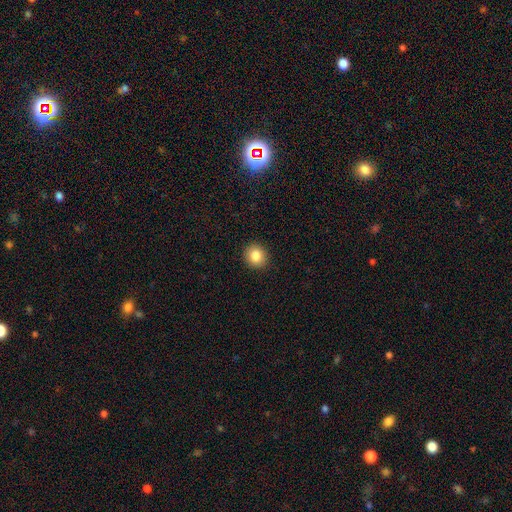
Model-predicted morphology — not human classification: smooth-or-featured: smooth: 84% | star or artifact: 10% | featured or disk: 6%
  how-rounded: round: 87% | in between: 12% | cigar-shaped: 1%
  merging: none: 92% | minor disturbance: 5% | major disturbance: 2% | merger: 1%